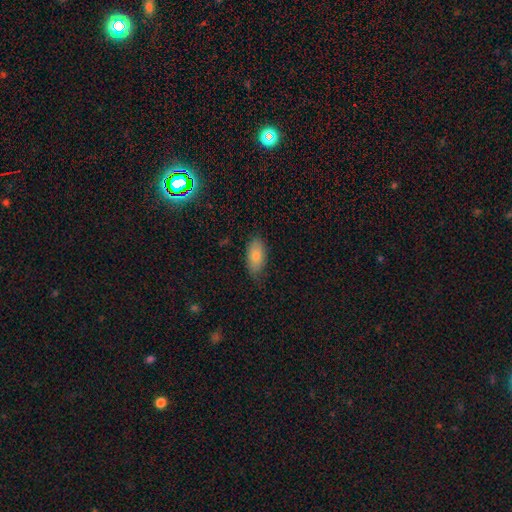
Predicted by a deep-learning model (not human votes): The model was most divided on "merging": none: 79%, minor disturbance: 17%, major disturbance: 3%, merger: 1%. More confident: how rounded — in between (90%); smooth or featured — smooth (77%).